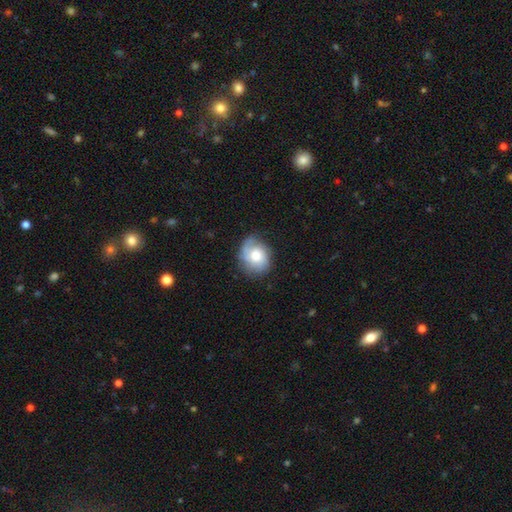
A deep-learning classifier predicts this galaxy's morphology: Overall: smooth (53%; featured or disk 40%). How rounded: round (61%; in between 38%). Merging: none (62%; minor disturbance 26%).